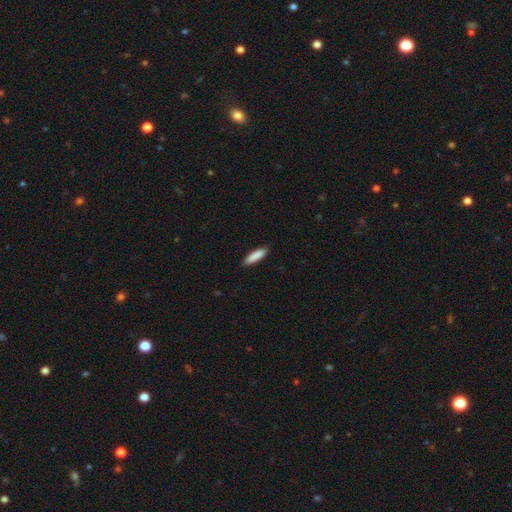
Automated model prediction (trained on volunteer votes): A smooth galaxy with no disk features (88%) that is cigar-shaped (72%). Merging: none (88%).